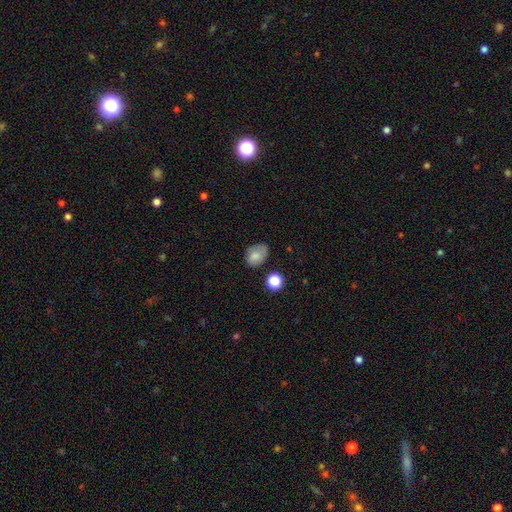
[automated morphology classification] Smooth or featured? Predicted: smooth (p=0.78). How rounded? Predicted: in between (p=0.74). Merging? Predicted: none (p=0.62).